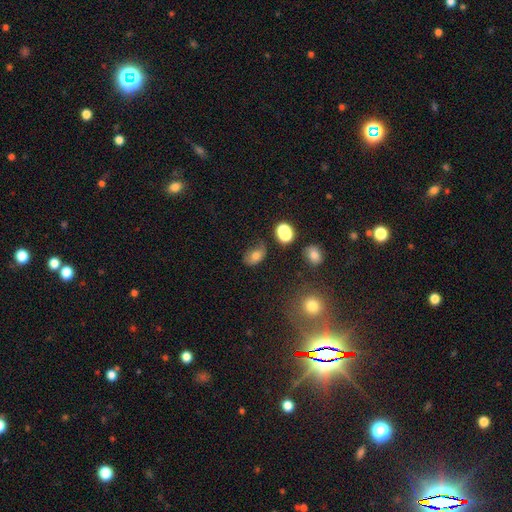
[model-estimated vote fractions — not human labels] This appears to be a smooth galaxy with no disk features (72%) that is in between round and cigar-shaped (79%). Merging: none (44%).